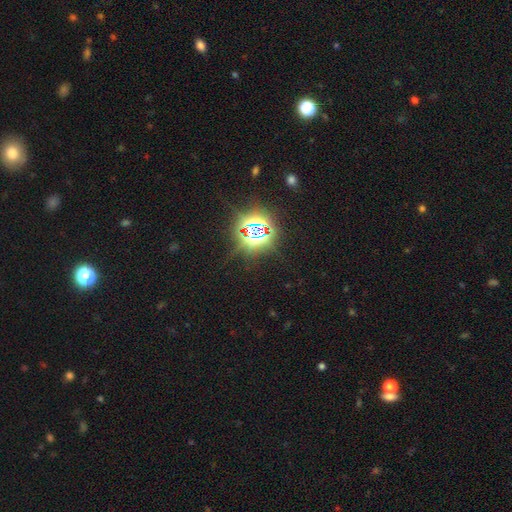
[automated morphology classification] Smooth or featured?
  - star or artifact: 81% *
  - smooth: 14%
  - featured or disk: 6%